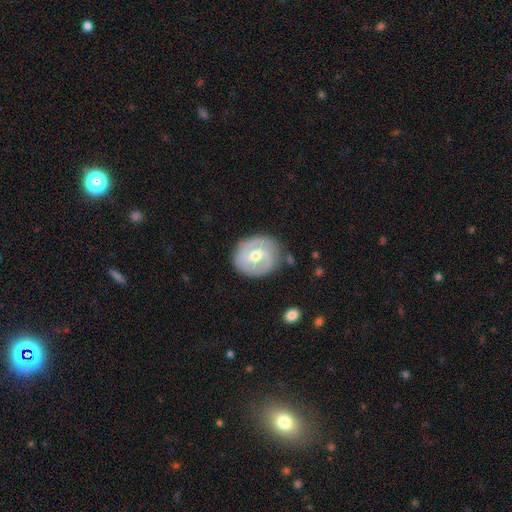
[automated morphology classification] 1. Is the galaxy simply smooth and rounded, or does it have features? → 80% featured or disk, 16% smooth, 5% star or artifact.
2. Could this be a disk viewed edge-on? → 97% no, 3% yes.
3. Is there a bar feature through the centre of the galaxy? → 52% weak, 27% no, 20% strong.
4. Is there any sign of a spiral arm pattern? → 90% yes, 10% no.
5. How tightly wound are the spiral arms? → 51% tight, 38% medium, 11% loose.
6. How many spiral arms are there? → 76% 2, 10% can't tell, 8% 1, 4% 3, 1% 4, 1% more than 4.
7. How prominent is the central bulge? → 71% moderate, 24% small, 4% large, 1% none, 1% dominant.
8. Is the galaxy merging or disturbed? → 78% none, 15% minor disturbance, 5% major disturbance, 2% merger.